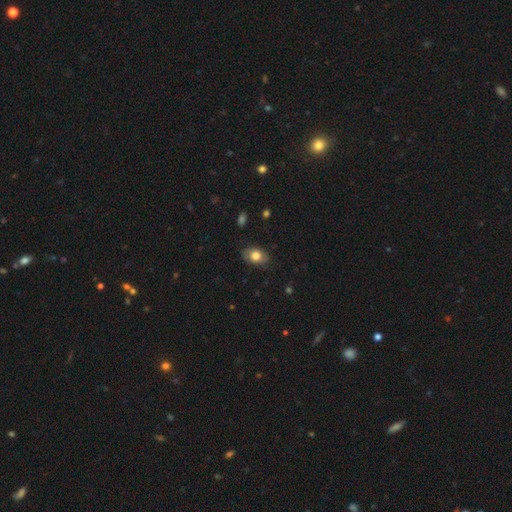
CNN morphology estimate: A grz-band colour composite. It shows a smooth galaxy with no disk features (77%) that is in between round and cigar-shaped (79%). Merging: none (79%).